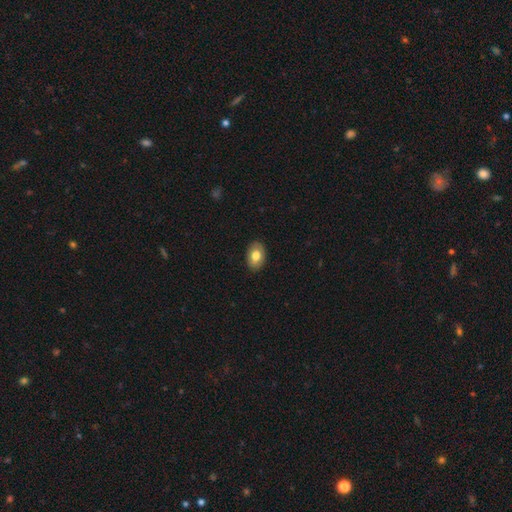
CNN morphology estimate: smooth-or-featured: smooth: 76% | featured or disk: 17% | star or artifact: 7%
  how-rounded: in between: 86% | round: 13% | cigar-shaped: 1%
  merging: none: 87% | minor disturbance: 10% | major disturbance: 2% | merger: 1%